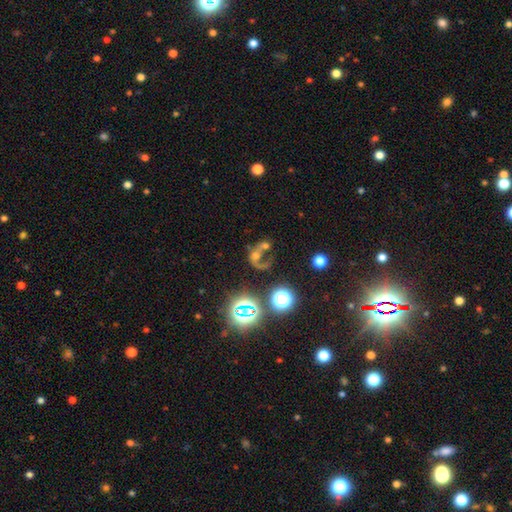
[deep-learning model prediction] smooth-or-featured: featured or disk: 44% | star or artifact: 33% | smooth: 24%
  merging: merger: 32% | major disturbance: 28% | none: 28% | minor disturbance: 11%